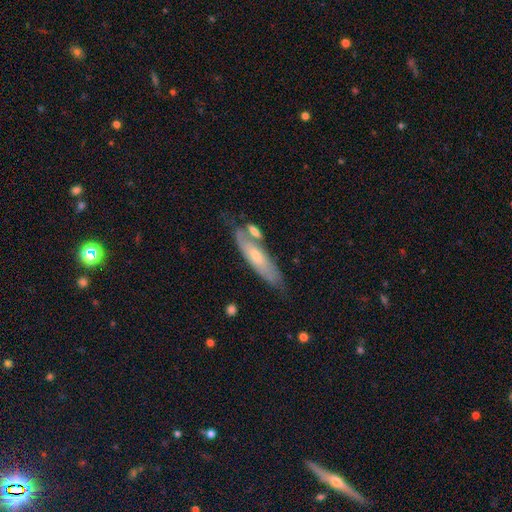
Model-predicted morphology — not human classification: This is possibly a featured or disk galaxy (50%). Merging: possibly none (53%).